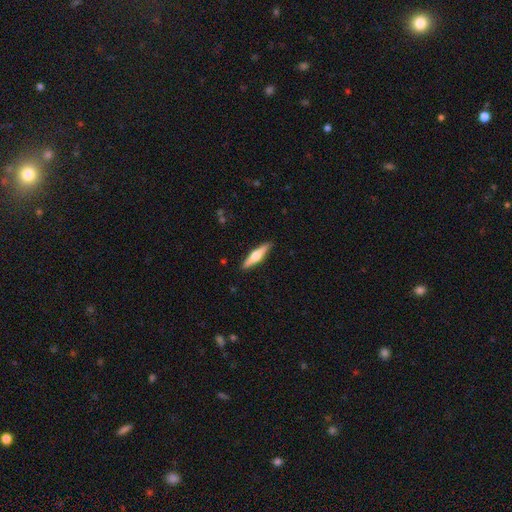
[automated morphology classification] smooth-or-featured: featured or disk: 57% | smooth: 38% | star or artifact: 5%
  disk-edge-on: yes: 96% | no: 4%
    edge-on-bulge: rounded: 92% | boxy: 5% | none: 3%
  merging: none: 90% | minor disturbance: 7% | major disturbance: 2% | merger: 1%